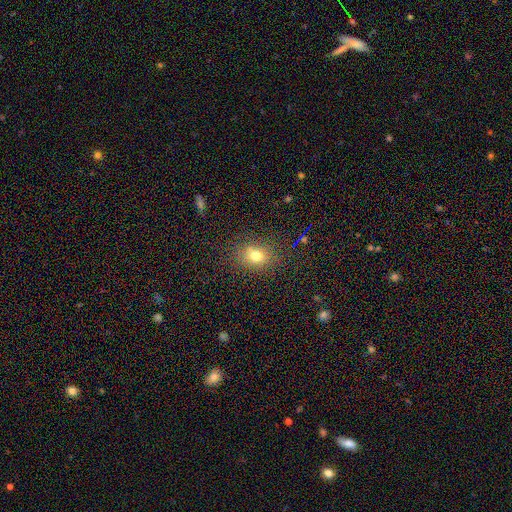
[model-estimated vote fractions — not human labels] This appears to be a smooth galaxy with no disk features (72%) that is in between round and cigar-shaped (52%). Merging: none (82%).